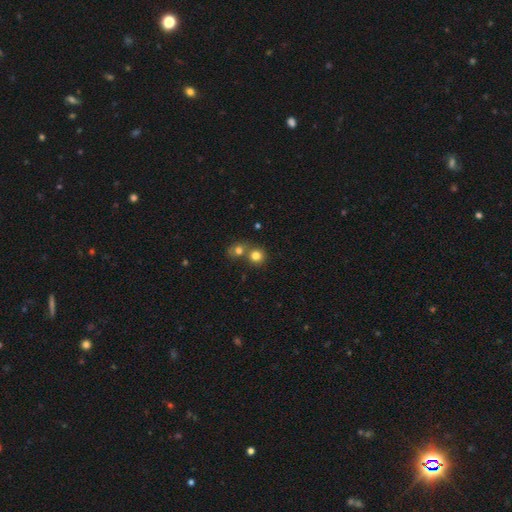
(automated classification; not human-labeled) smooth-or-featured: smooth: 78% | star or artifact: 13% | featured or disk: 9%
  how-rounded: round: 86% | in between: 13% | cigar-shaped: 1%
  merging: none: 49% | merger: 42% | minor disturbance: 6% | major disturbance: 3%